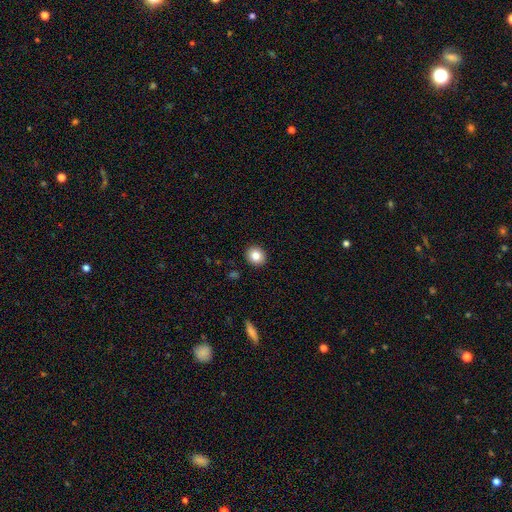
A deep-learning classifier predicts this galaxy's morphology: Smooth or featured: smooth — 82% (star or artifact — 9%)
How rounded: round — 79% (in between — 20%)
Merging: none — 92% (minor disturbance — 5%)